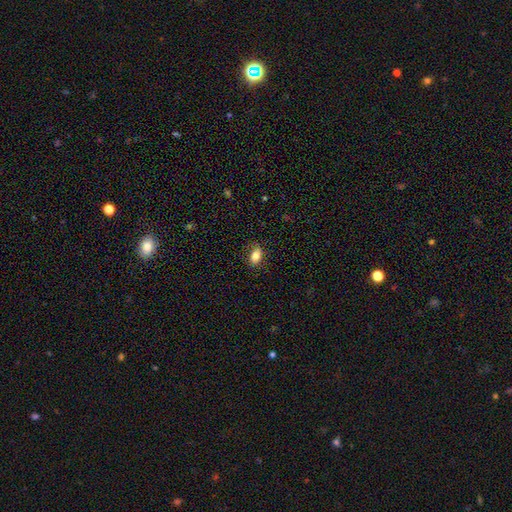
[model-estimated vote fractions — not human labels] Smooth or featured: smooth — 80% (featured or disk — 12%)
How rounded: in between — 87% (round — 10%)
Merging: none — 81% (minor disturbance — 14%)